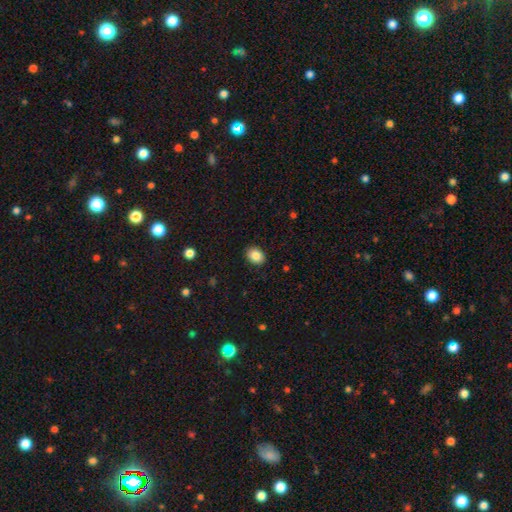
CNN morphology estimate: A smooth galaxy with no disk features (86%) that is in between round and cigar-shaped (54%). Merging: none (90%).